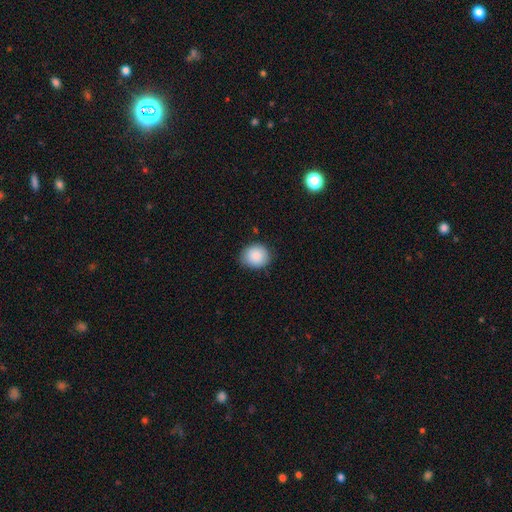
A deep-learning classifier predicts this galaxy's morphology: A smooth galaxy with no disk features (88%) that is round (74%). Merging: none (83%).